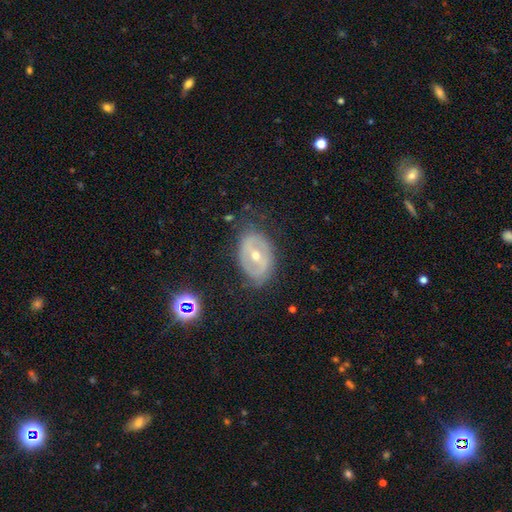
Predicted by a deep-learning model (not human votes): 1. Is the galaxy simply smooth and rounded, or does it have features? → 70% featured or disk, 21% smooth, 9% star or artifact.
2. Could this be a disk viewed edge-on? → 94% no, 6% yes.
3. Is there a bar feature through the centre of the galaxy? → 39% weak, 33% strong, 28% no.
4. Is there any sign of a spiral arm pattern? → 50% yes (tied), 50% no (tied).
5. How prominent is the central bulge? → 53% moderate, 44% small, 1% large, 1% none, 1% dominant.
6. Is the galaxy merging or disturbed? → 70% none, 20% minor disturbance, 8% major disturbance, 2% merger.